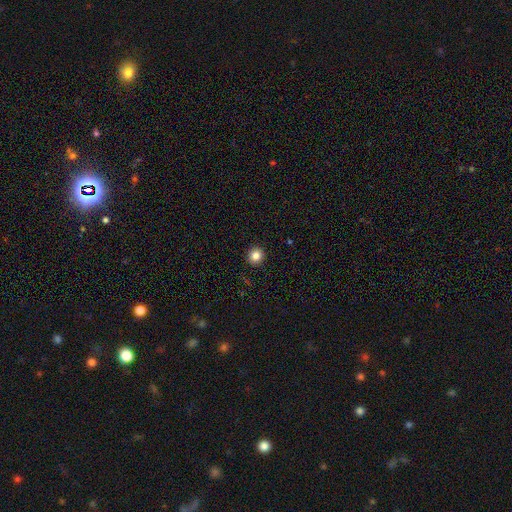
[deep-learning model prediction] smooth_or_featured: smooth (p=0.84) [alt: star or artifact p=0.11]
how_rounded: round (p=0.92) [alt: in between p=0.07]
merging: none (p=0.93) [alt: minor disturbance p=0.05]